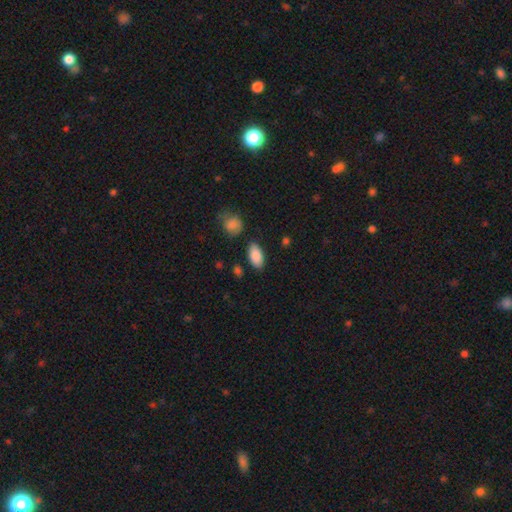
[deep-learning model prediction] Q: Smooth or featured?
A: smooth (88%); runner-up: star or artifact (7%)
Q: How rounded?
A: in between (94%); runner-up: cigar-shaped (3%)
Q: Merging?
A: none (84%); runner-up: minor disturbance (11%)